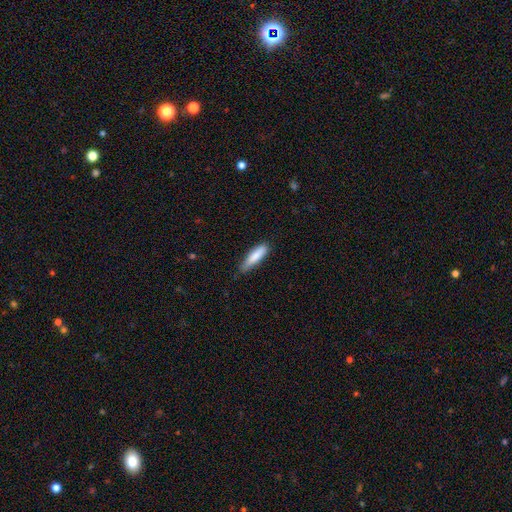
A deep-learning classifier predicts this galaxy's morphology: Smooth or featured? smooth (82%)
How rounded? cigar-shaped (72%)
Merging? none (73%)